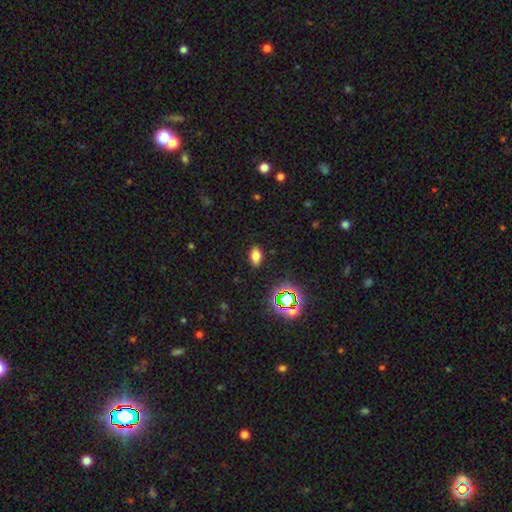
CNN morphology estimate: A smooth galaxy with no disk features (73%) that is in between round and cigar-shaped (88%). Merging: none (87%).